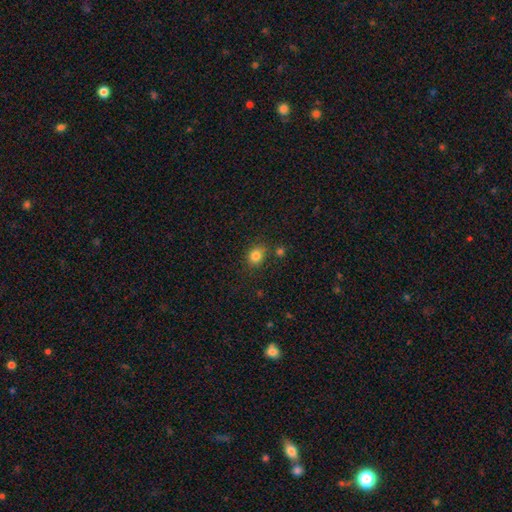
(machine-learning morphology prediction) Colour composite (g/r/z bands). It shows a smooth galaxy with no disk features (82%) that is round (68%). Merging: none (75%).